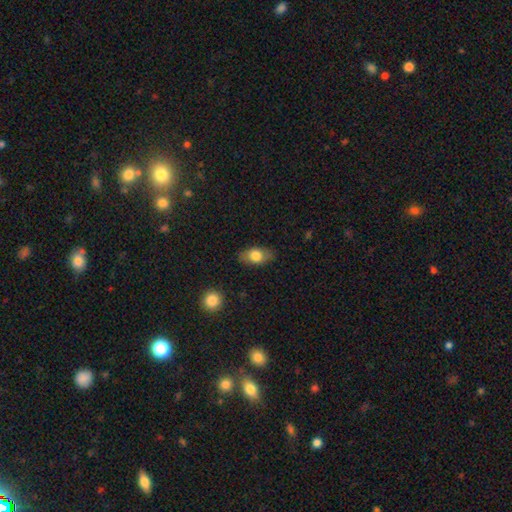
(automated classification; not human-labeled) Overall: smooth (74%). How rounded: in between (86%). Merging: none (81%).